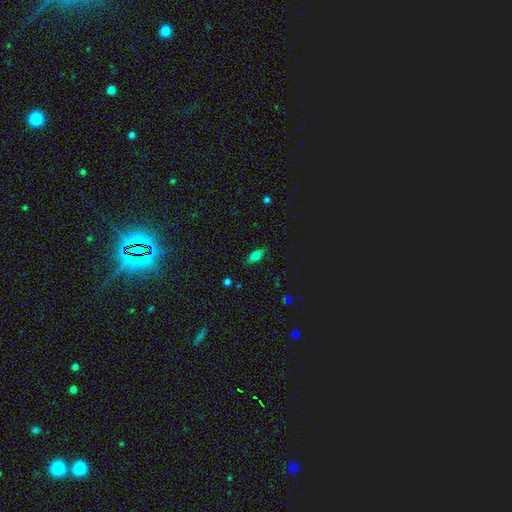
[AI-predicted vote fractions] Smooth or featured: smooth — 63% (featured or disk — 25%)
How rounded: in between — 74% (cigar-shaped — 21%)
Merging: none — 84% (minor disturbance — 12%)